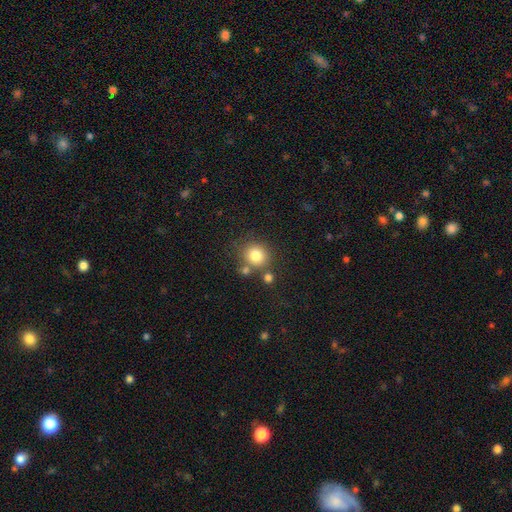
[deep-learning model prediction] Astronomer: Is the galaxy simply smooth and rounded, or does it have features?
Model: smooth — 80%.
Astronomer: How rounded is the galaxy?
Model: round — 85%.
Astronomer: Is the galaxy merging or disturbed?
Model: none — 70%.